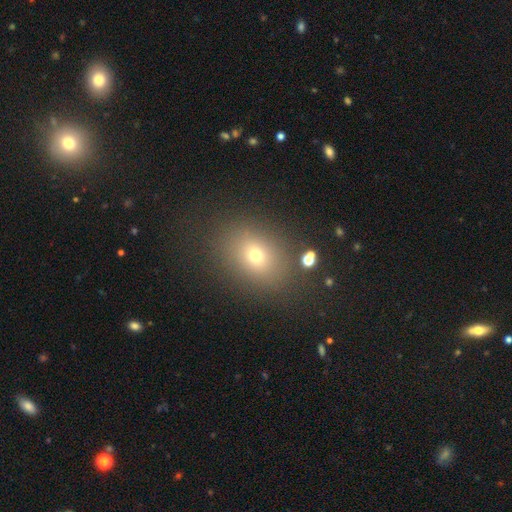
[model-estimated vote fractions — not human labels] Smooth or featured?
  - smooth: 68% *
  - star or artifact: 19%
  - featured or disk: 13%
How rounded?
  - in between: 55% *
  - round: 44%
  - cigar-shaped: 1%
Merging?
  - none: 82% *
  - minor disturbance: 10%
  - major disturbance: 5%
  - merger: 3%